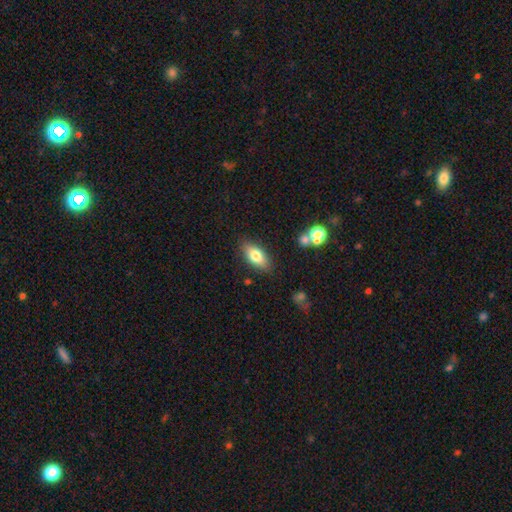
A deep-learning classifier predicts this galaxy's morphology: Smooth or featured? Predicted: smooth (p=0.76). How rounded? Predicted: in between (p=0.85). Merging? Predicted: none (p=0.84).